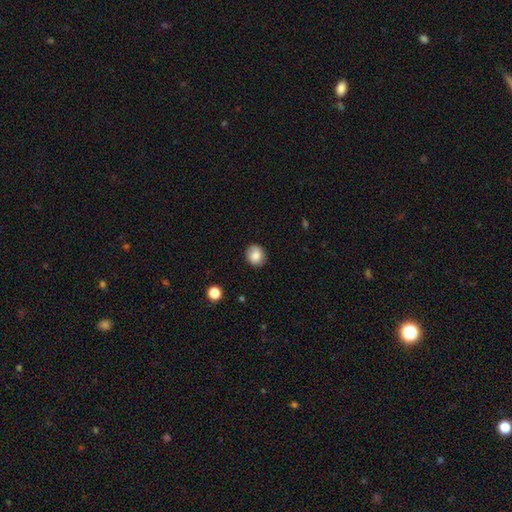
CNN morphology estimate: Smooth or featured? Predicted: smooth (p=0.83). How rounded? Predicted: round (p=0.78). Merging? Predicted: none (p=0.87).